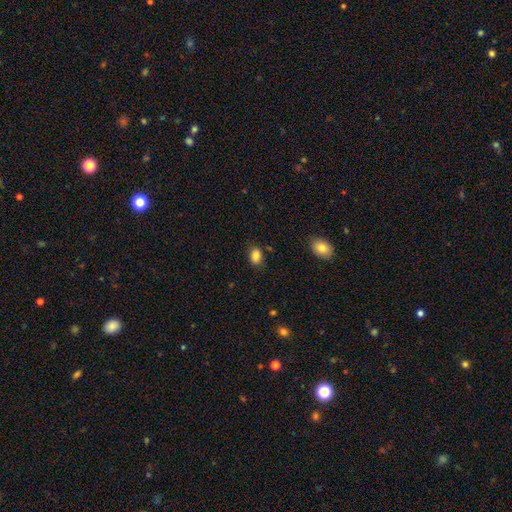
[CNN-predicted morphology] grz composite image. It shows a smooth galaxy with no disk features (85%) that is in between round and cigar-shaped (76%). Merging: none (81%).